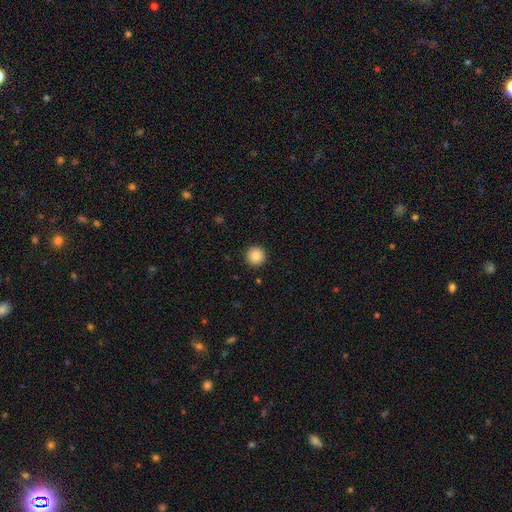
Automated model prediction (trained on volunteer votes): A smooth galaxy with no disk features (86%) that is round (96%). Merging: none (93%).